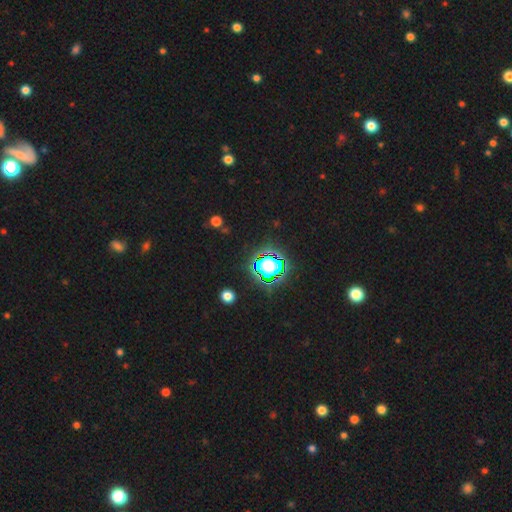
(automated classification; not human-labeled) smooth-or-featured: star or artifact: 78% | smooth: 14% | featured or disk: 7%